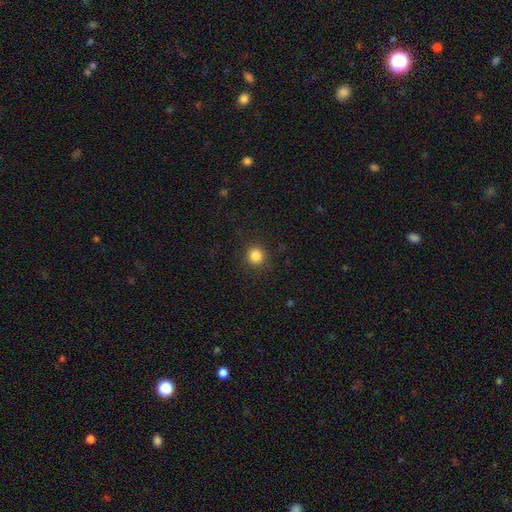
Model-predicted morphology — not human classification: Smooth or featured?
  - smooth: 84% *
  - star or artifact: 12%
  - featured or disk: 4%
How rounded?
  - round: 94% *
  - in between: 5%
  - cigar-shaped: 1%
Merging?
  - none: 91% *
  - minor disturbance: 6%
  - major disturbance: 2%
  - merger: 1%